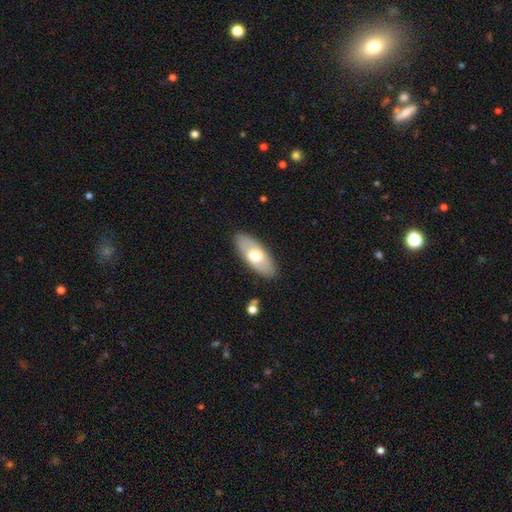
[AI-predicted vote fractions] A smooth galaxy with no disk features (58%) that is in between round and cigar-shaped (85%). Merging: none (87%).